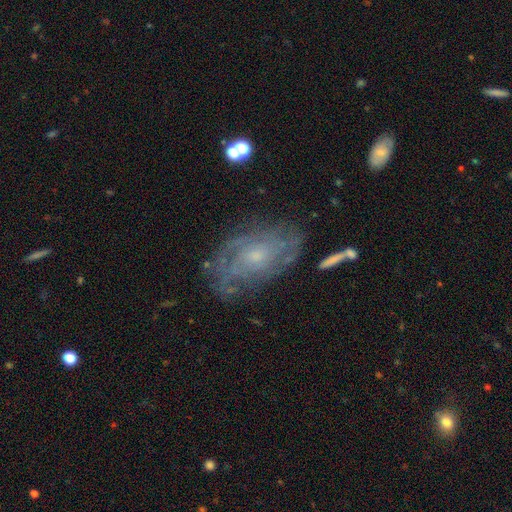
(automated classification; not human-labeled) Smooth or featured? featured or disk (75%)
Edge-on disk? no (95%)
Bar? no (76%)
Spiral arms? yes (82%)
Spiral winding? tight (60%)
Spiral arm count? can't tell (55%)
Bulge size? small (68%)
Merging? none (71%)